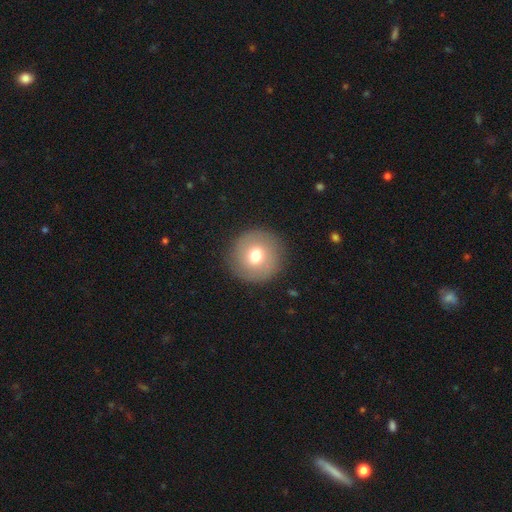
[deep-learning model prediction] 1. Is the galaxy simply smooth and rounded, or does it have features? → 69% smooth, 21% featured or disk, 10% star or artifact.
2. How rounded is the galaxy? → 94% round, 5% in between, 1% cigar-shaped.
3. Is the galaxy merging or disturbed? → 89% none, 7% minor disturbance, 3% major disturbance, 1% merger.